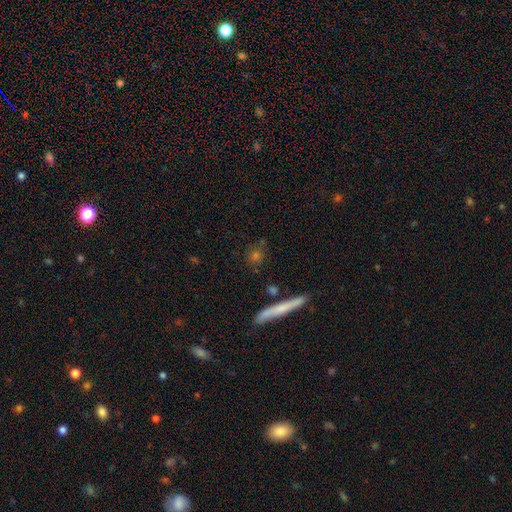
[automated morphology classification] smooth-or-featured: smooth: 64% | featured or disk: 22% | star or artifact: 13%
  how-rounded: round: 51% | cigar-shaped: 32% | in between: 16%
  merging: none: 79% | minor disturbance: 12% | merger: 6% | major disturbance: 4%